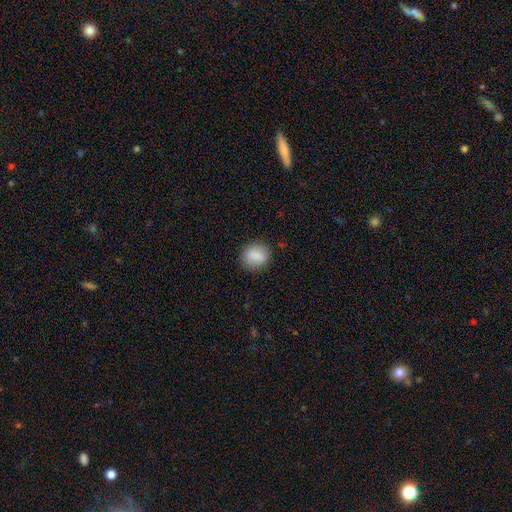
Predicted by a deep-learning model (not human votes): Smooth or featured? Predicted: smooth (p=0.86). How rounded? Predicted: round (p=0.69). Merging? Predicted: none (p=0.85).